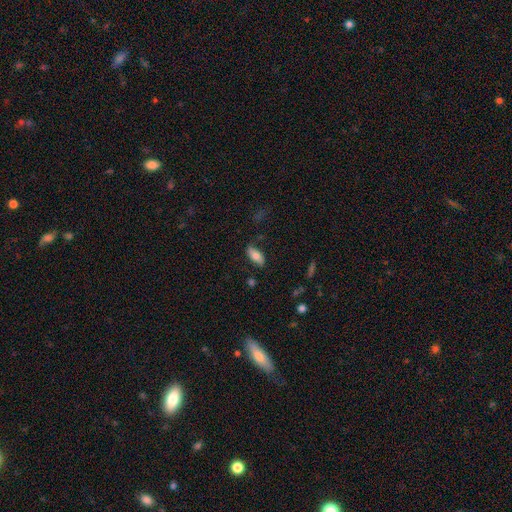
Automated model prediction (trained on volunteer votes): Smooth or featured? Predicted: smooth (p=0.74). How rounded? Predicted: in between (p=0.82). Merging? Predicted: none (p=0.81).